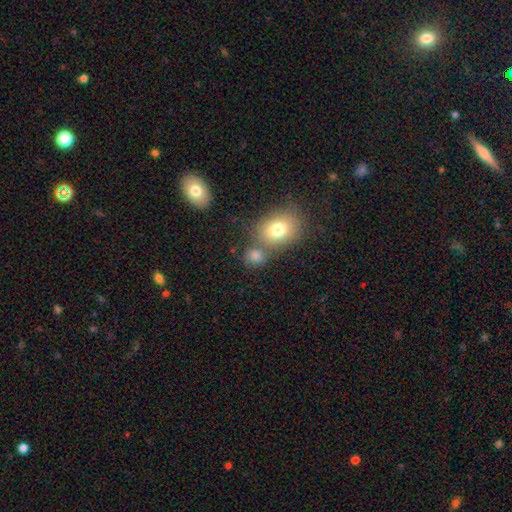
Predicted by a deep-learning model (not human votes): A smooth galaxy with no disk features (78%) that is round (68%).

Vote fractions:
- Smooth or featured? smooth: 78% / star or artifact: 13% / featured or disk: 9%
- How rounded? round: 68% / in between: 30% / cigar-shaped: 1%
- Merging? none: 58% / merger: 28% / minor disturbance: 10% / major disturbance: 4%